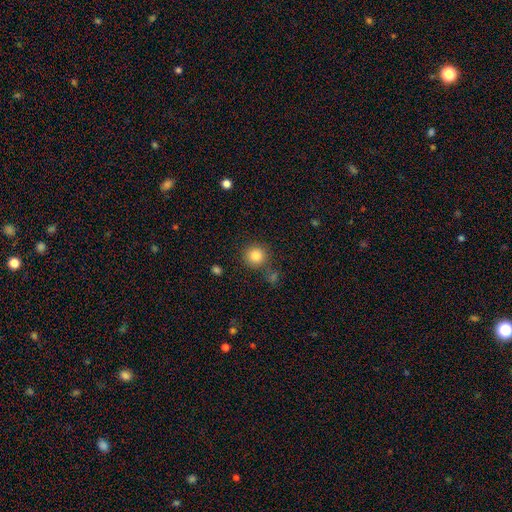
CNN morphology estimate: This is clearly a smooth galaxy (85%). How rounded: clearly round (93%). Merging: clearly none (82%).